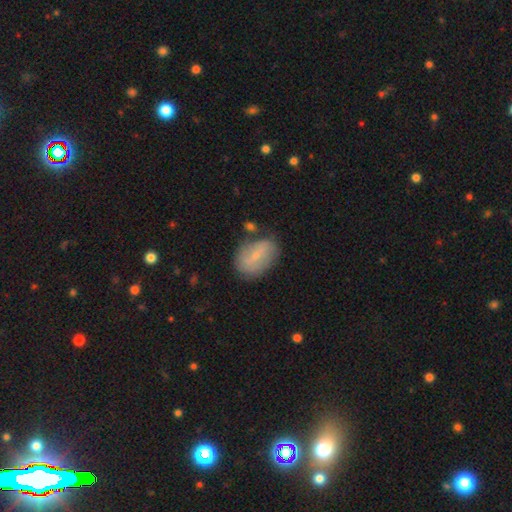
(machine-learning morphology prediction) This is possibly a smooth galaxy (53%). How rounded: clearly in between (80%). Merging: likely none (69%).